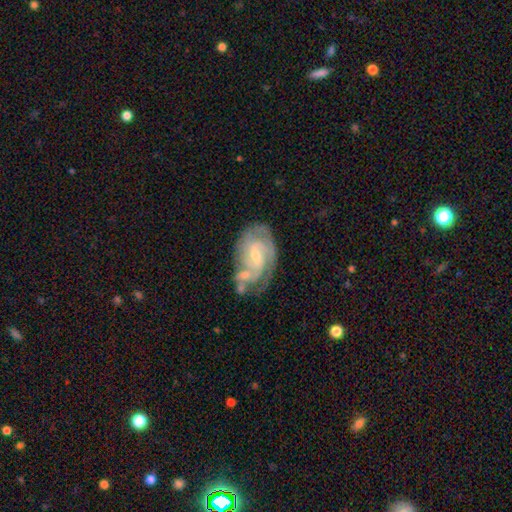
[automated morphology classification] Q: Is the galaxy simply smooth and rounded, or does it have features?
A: featured or disk — 85%.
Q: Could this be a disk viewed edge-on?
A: no — 97%.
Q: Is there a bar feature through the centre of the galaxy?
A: weak — 50%.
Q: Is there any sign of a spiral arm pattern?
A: yes — 95%.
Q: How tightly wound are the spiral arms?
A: tight — 55%.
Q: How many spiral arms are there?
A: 2 — 39%.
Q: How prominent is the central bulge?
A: small — 63%.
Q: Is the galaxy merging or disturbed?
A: none — 49%.